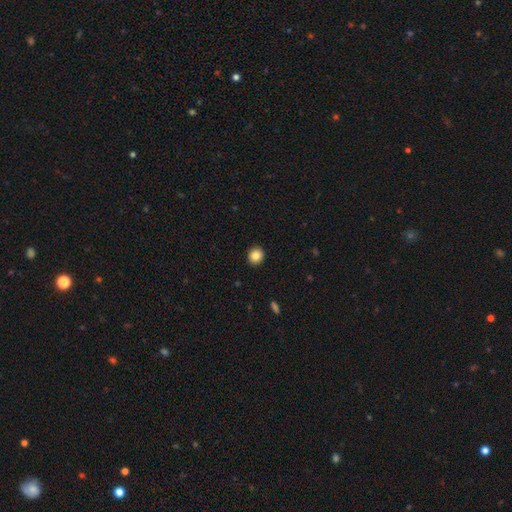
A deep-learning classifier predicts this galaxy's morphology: This appears to be a smooth galaxy with no disk features (85%) that is round (89%). Merging: none (93%).